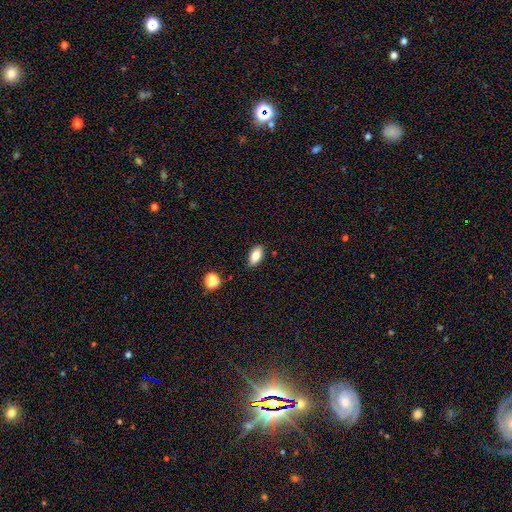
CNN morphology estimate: The model was most divided on "smooth or featured": smooth: 81%, featured or disk: 11%, star or artifact: 8%. More confident: how rounded — in between (90%); merging — none (87%).